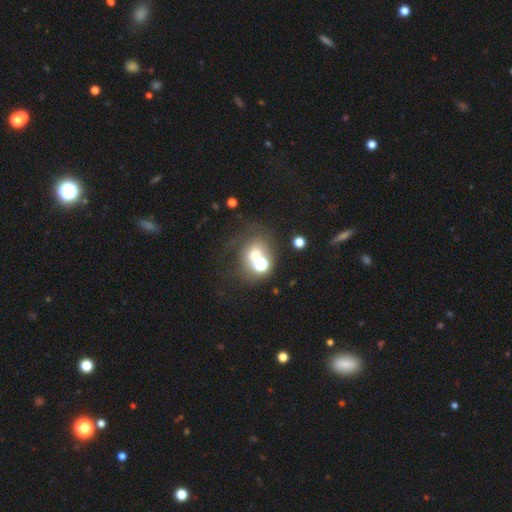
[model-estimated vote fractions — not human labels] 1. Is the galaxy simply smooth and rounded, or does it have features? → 54% smooth, 26% star or artifact, 19% featured or disk.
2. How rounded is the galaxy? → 74% round, 25% in between, 1% cigar-shaped.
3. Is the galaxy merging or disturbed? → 42% none, 34% merger, 12% major disturbance, 12% minor disturbance.